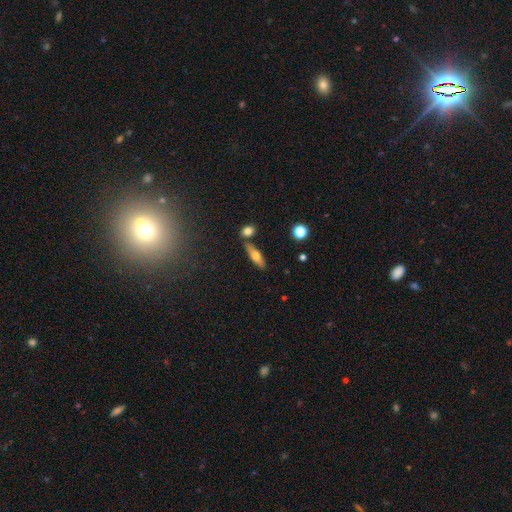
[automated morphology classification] Smooth or featured? Predicted: smooth (p=0.56). How rounded? Predicted: cigar-shaped (p=0.56). Merging? Predicted: none (p=0.76).